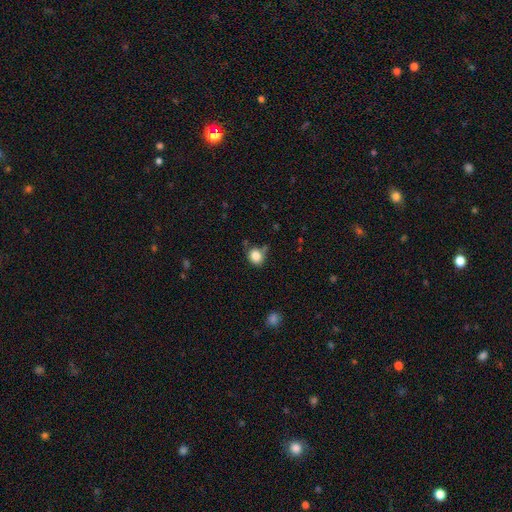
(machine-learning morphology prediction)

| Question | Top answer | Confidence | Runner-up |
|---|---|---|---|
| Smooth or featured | smooth | 83% | star or artifact (11%) |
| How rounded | round | 70% | in between (29%) |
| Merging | none | 67% | minor disturbance (21%) |